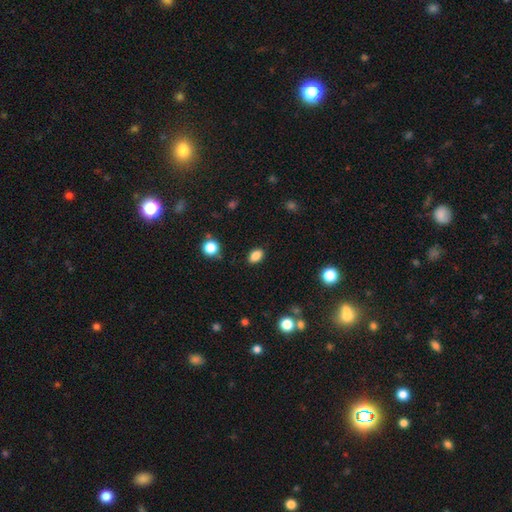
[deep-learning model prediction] Smooth or featured? Predicted: smooth (p=0.85). How rounded? Predicted: in between (p=0.83). Merging? Predicted: none (p=0.86).